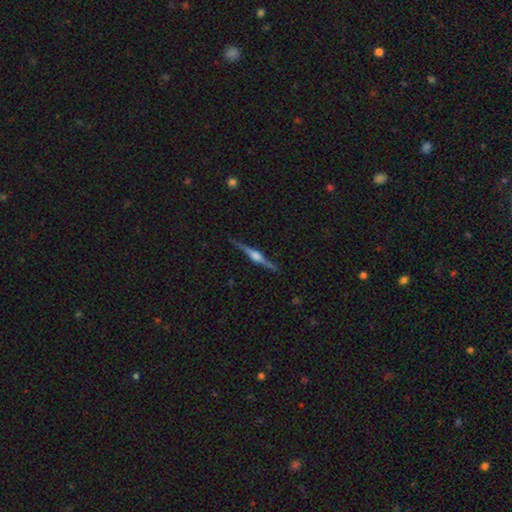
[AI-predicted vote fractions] This is clearly a featured or disk galaxy (84%). It is clearly viewed edge-on (98%). Edge-on bulge: clearly rounded (88%). Merging: clearly none (90%).